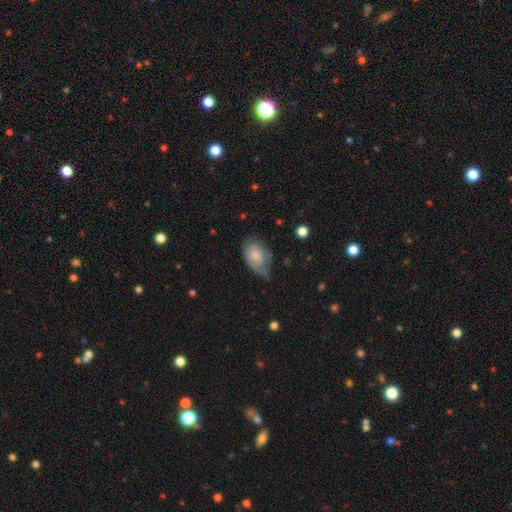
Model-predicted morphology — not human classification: The model was most divided on "merging": minor disturbance: 42%, none: 37%, major disturbance: 18%, merger: 2%. More confident: how rounded — in between (88%); smooth or featured — smooth (70%).